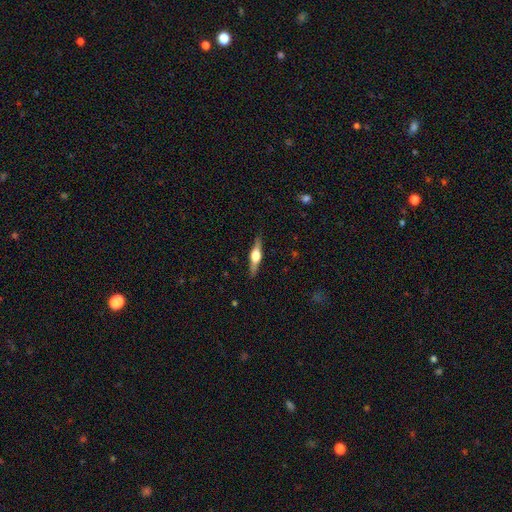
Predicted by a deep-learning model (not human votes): smooth-or-featured: featured or disk: 69% | smooth: 25% | star or artifact: 6%
  disk-edge-on: yes: 97% | no: 3%
    edge-on-bulge: rounded: 93% | boxy: 5% | none: 2%
  merging: none: 88% | minor disturbance: 9% | major disturbance: 2% | merger: 1%